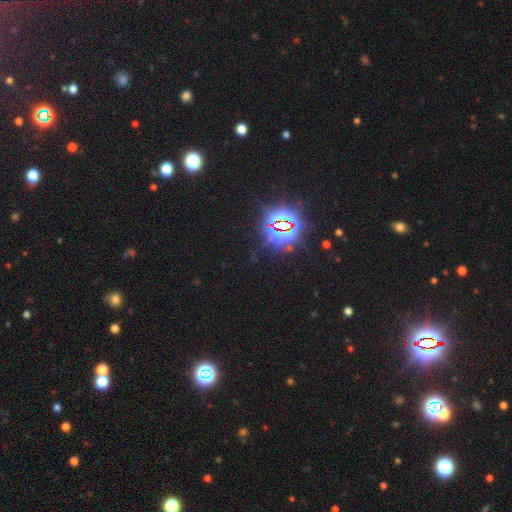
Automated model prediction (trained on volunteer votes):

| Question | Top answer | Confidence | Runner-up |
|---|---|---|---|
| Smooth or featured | star or artifact | 81% | smooth (13%) |